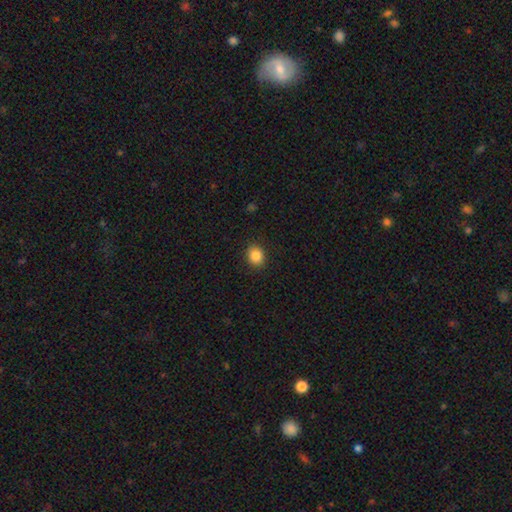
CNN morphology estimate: A smooth galaxy with no disk features (85%) that is round (68%). Merging: none (91%).